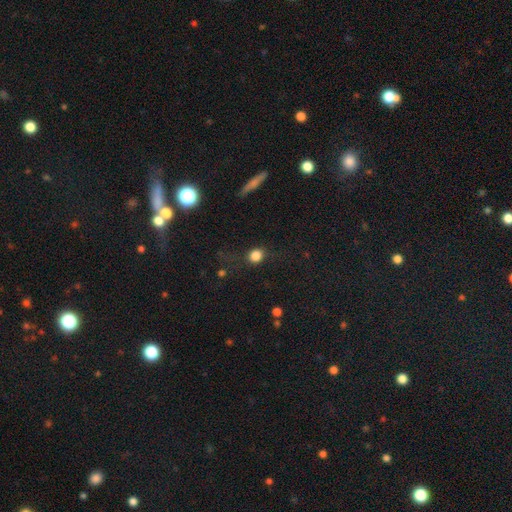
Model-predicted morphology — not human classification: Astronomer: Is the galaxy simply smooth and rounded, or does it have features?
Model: smooth — 82%.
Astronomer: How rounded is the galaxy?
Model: round — 73%.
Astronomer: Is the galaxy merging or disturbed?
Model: none — 74%.